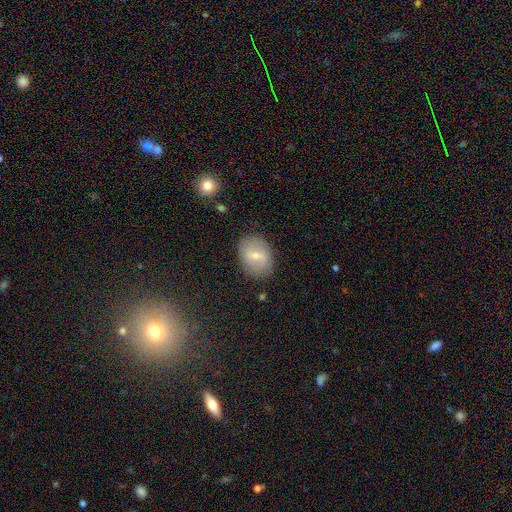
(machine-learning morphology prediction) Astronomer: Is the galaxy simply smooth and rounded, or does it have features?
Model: smooth — 55% (runner-up: featured or disk, 38%).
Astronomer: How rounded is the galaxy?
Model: in between — 62%.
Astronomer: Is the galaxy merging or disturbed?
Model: none — 82%.